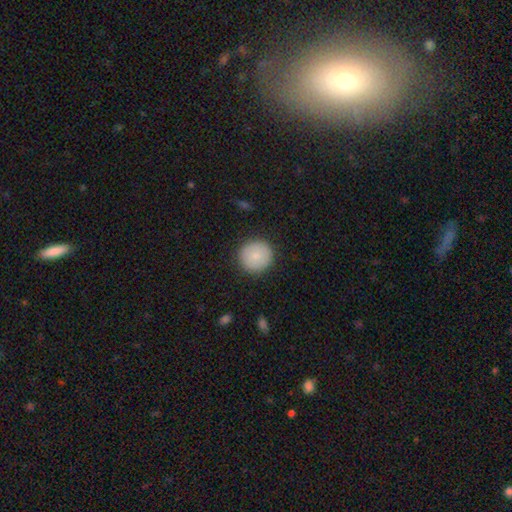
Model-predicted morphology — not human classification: smooth 83%, featured or disk 10%, star or artifact 7%. Down the decision tree: how rounded — round (95%); merging — none (90%).